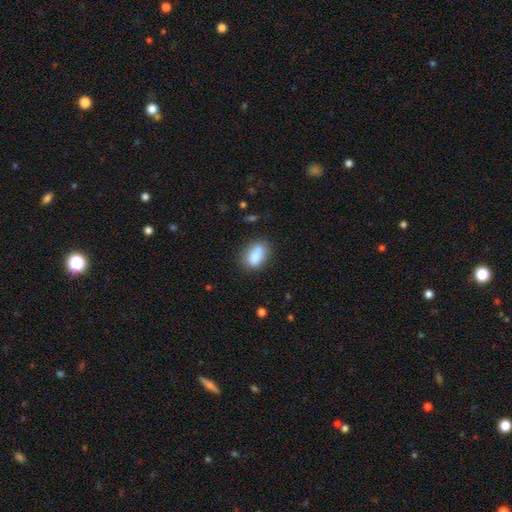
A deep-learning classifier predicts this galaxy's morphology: Smooth or featured? smooth (83%)
How rounded? in between (84%)
Merging? none (67%)